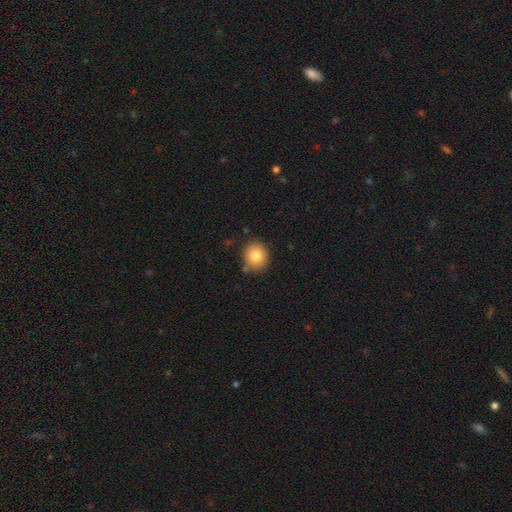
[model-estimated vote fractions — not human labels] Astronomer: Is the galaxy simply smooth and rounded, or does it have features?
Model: smooth — 80%.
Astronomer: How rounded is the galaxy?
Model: round — 77%.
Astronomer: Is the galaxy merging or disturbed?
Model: none — 81%.